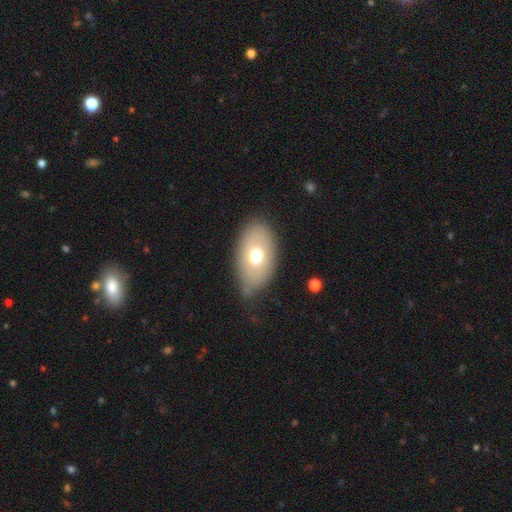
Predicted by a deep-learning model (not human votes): The model was most divided on "smooth or featured": smooth: 66%, featured or disk: 25%, star or artifact: 9%. More confident: how rounded — in between (89%); merging — none (73%).